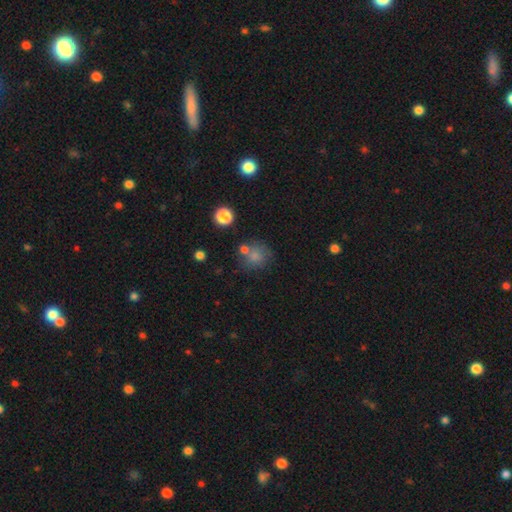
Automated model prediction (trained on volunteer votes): Smooth or featured?
  - smooth: 70% *
  - star or artifact: 19%
  - featured or disk: 12%
How rounded?
  - round: 84% *
  - in between: 15%
  - cigar-shaped: 1%
Merging?
  - none: 63% *
  - merger: 17%
  - minor disturbance: 13%
  - major disturbance: 6%